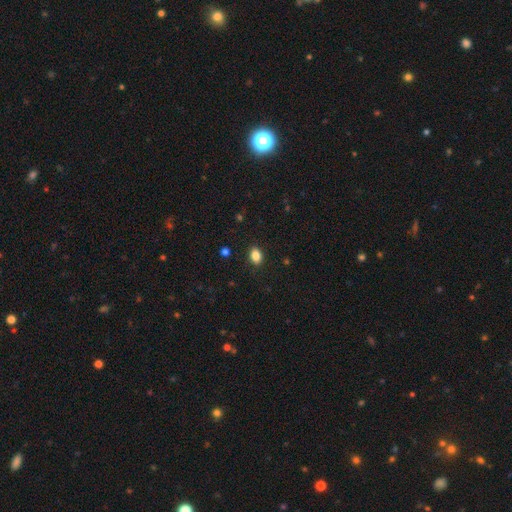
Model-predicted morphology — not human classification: A smooth galaxy with no disk features (86%) that is in between round and cigar-shaped (78%).

Vote fractions:
- Smooth or featured? smooth: 86% / star or artifact: 9% / featured or disk: 4%
- How rounded? in between: 78% / round: 20% / cigar-shaped: 1%
- Merging? none: 89% / minor disturbance: 8% / major disturbance: 2% / merger: 1%